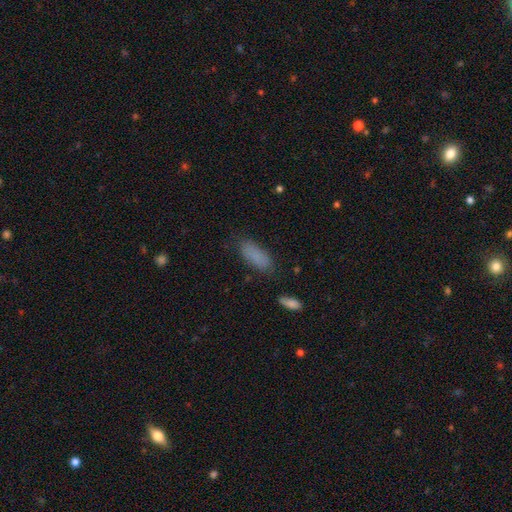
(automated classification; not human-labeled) smooth-or-featured: smooth: 85% | star or artifact: 9% | featured or disk: 6%
  how-rounded: in between: 73% | cigar-shaped: 25% | round: 2%
  merging: none: 76% | minor disturbance: 16% | major disturbance: 5% | merger: 3%